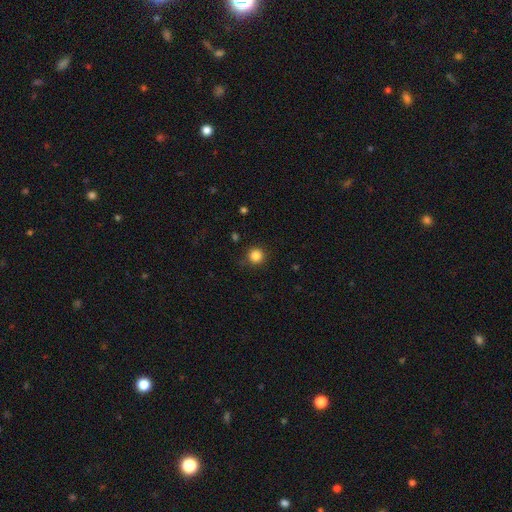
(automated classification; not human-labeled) A smooth galaxy with no disk features (85%) that is round (95%). Merging: none (87%).